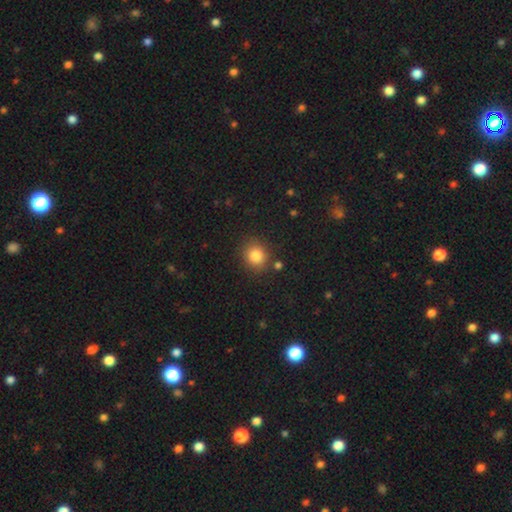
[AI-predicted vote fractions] The model was most divided on "how rounded": round: 80%, in between: 19%, cigar-shaped: 1%. More confident: merging — none (84%); smooth or featured — smooth (83%).